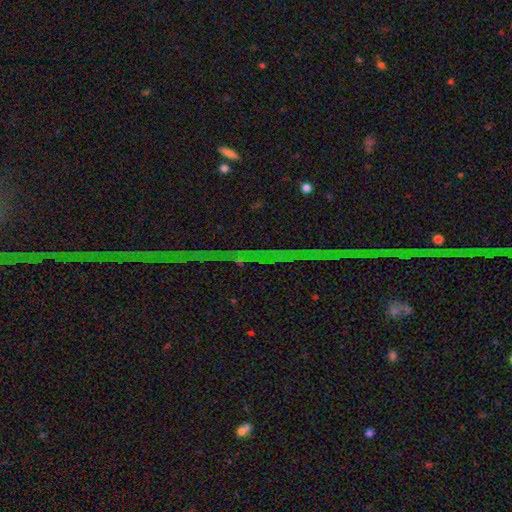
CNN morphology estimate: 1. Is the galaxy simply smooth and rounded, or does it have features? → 85% star or artifact, 9% featured or disk, 6% smooth.